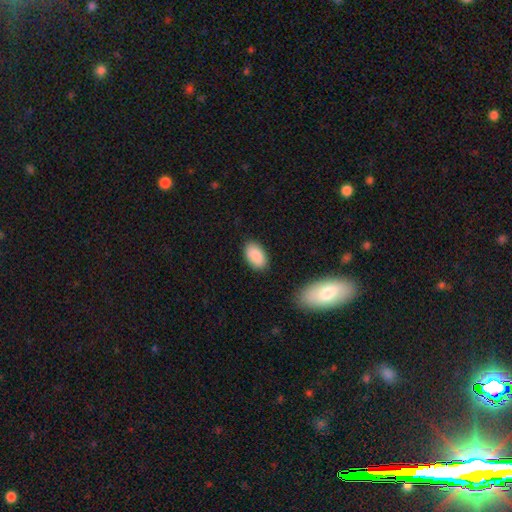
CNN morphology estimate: Smooth or featured?
  - smooth: 89% *
  - star or artifact: 6%
  - featured or disk: 4%
How rounded?
  - in between: 94% *
  - round: 4%
  - cigar-shaped: 1%
Merging?
  - none: 86% *
  - minor disturbance: 10%
  - major disturbance: 2%
  - merger: 2%